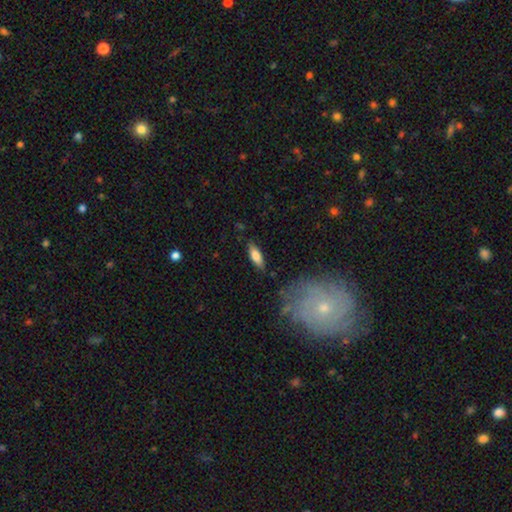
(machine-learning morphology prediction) This is likely a smooth galaxy (71%). How rounded: likely in between (61%). Merging: clearly none (84%).